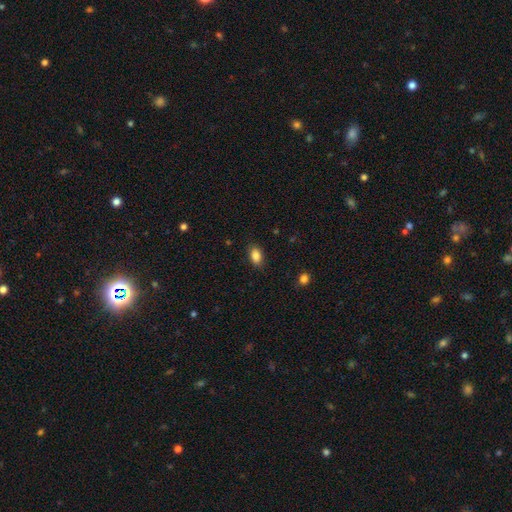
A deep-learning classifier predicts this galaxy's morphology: The model was most divided on "merging": none: 85%, minor disturbance: 12%, major disturbance: 3%, merger: 1%. More confident: how rounded — in between (88%); smooth or featured — smooth (86%).